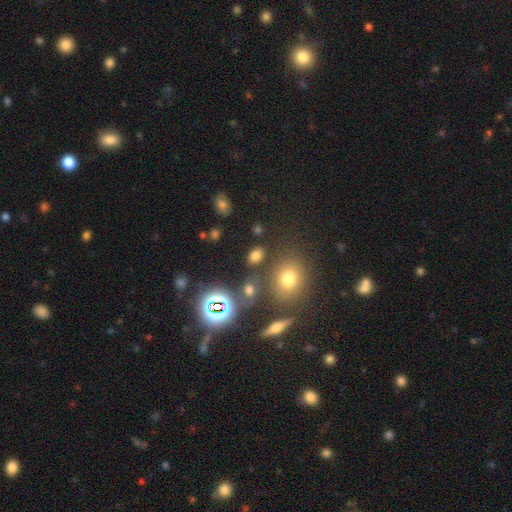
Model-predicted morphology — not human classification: Overall: smooth (69%). How rounded: in between (76%). Merging: none (79%).